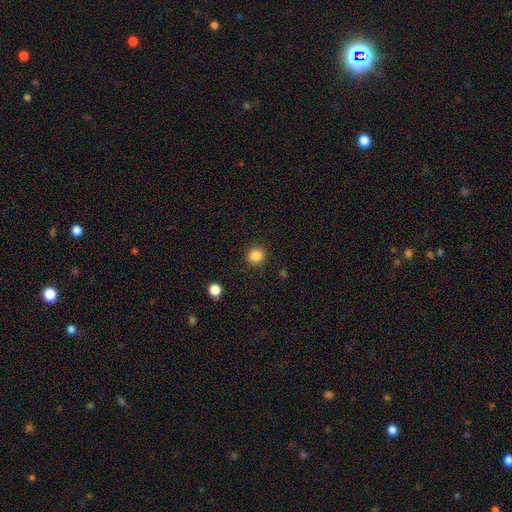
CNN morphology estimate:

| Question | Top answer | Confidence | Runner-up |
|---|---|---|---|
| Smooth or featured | smooth | 85% | star or artifact (11%) |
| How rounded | round | 93% | in between (6%) |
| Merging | none | 90% | minor disturbance (6%) |